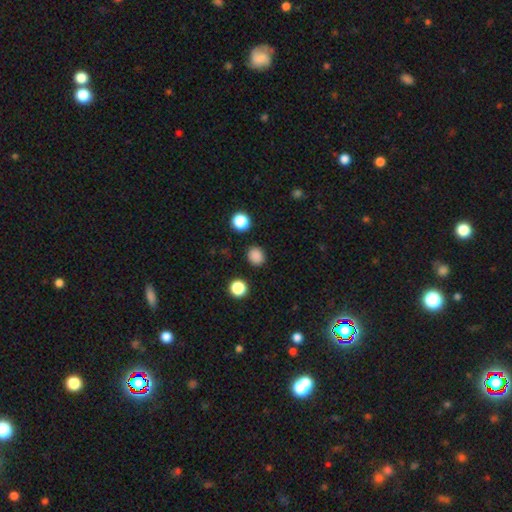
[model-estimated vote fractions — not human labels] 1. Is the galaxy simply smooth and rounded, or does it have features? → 84% smooth, 13% star or artifact, 3% featured or disk.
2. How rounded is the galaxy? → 78% round, 21% in between, 1% cigar-shaped.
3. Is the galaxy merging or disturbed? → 89% none, 7% minor disturbance, 2% major disturbance, 2% merger.